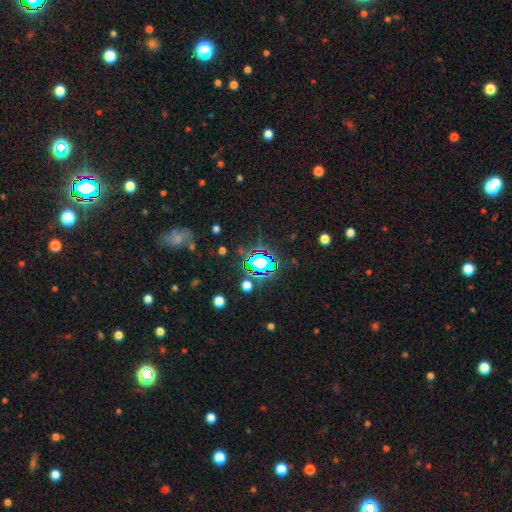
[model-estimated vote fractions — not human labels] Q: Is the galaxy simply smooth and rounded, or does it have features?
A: star or artifact — 77%.